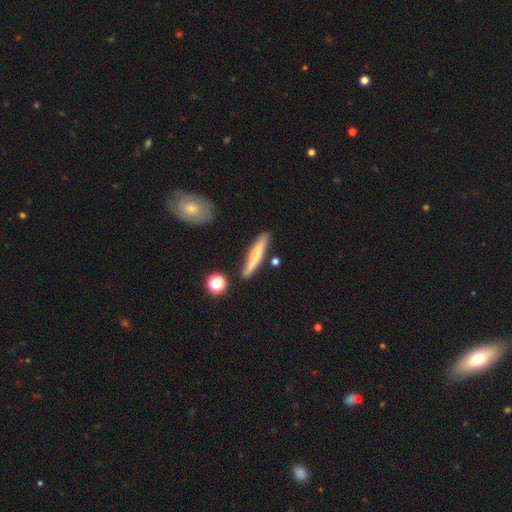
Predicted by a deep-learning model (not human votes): Smooth or featured: smooth — 64% (featured or disk — 29%)
How rounded: cigar-shaped — 91% (in between — 7%)
Merging: none — 76% (minor disturbance — 15%)